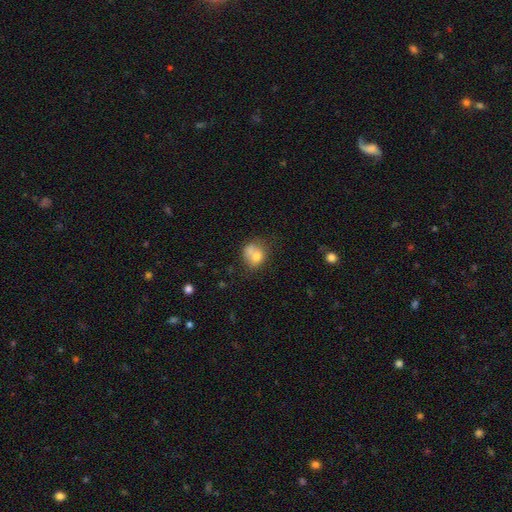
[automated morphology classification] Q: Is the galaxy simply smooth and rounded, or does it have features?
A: smooth — 72%.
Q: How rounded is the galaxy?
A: round — 67%.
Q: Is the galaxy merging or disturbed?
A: merger — 41%.